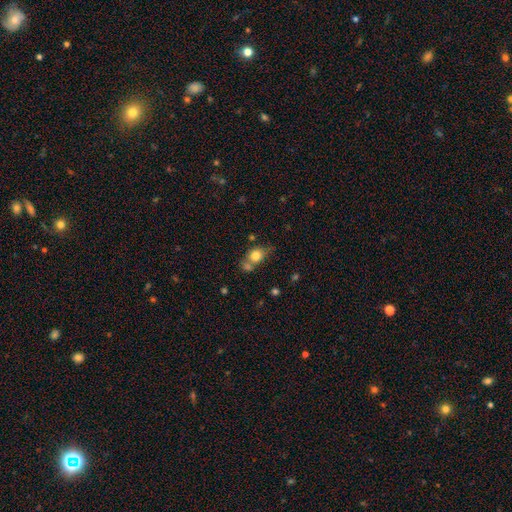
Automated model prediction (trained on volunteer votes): The model was most divided on "merging": none: 44%, merger: 33%, minor disturbance: 16%, major disturbance: 7%. More confident: smooth or featured — smooth (79%); how rounded — round (57%).